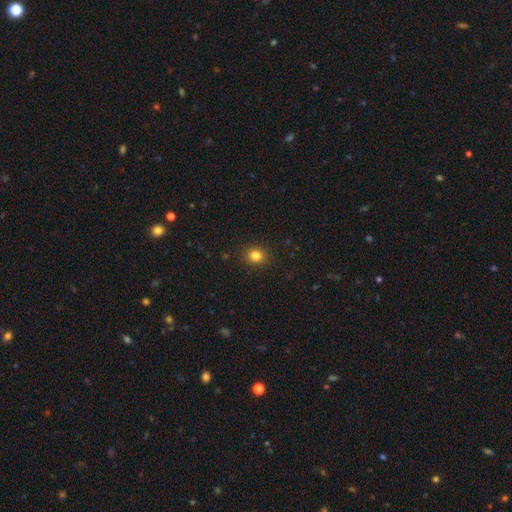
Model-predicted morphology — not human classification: This appears to be a smooth galaxy with no disk features (82%) that is round (78%). Merging: none (91%).